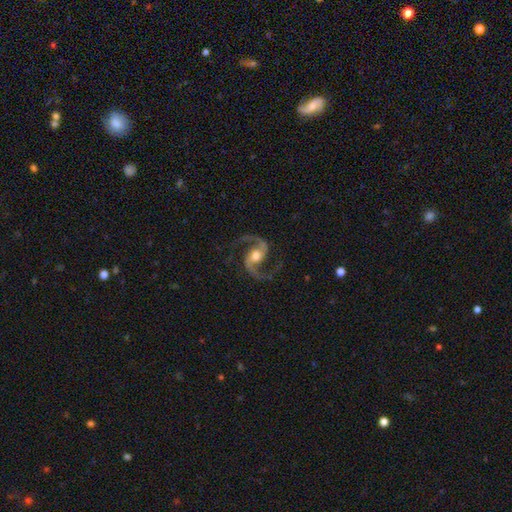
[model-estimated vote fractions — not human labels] featured or disk 94%, star or artifact 4%, smooth 3%. Down the decision tree: edge-on disk — no (98%); bar — no (46%); spiral arms — yes (98%); spiral arm count — 2 (95%); spiral winding — medium (57%); bulge size — moderate (64%); merging — none (81%).